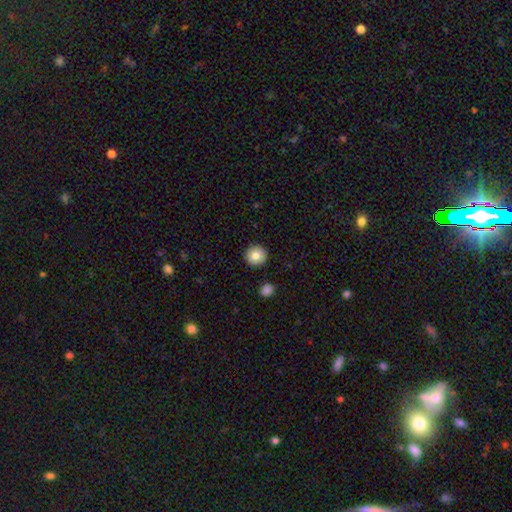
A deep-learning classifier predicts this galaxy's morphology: A smooth galaxy with no disk features (83%) that is round (94%).

Vote fractions:
- Smooth or featured? smooth: 83% / star or artifact: 9% / featured or disk: 9%
- How rounded? round: 94% / in between: 5% / cigar-shaped: 1%
- Merging? none: 92% / minor disturbance: 5% / major disturbance: 2% / merger: 1%